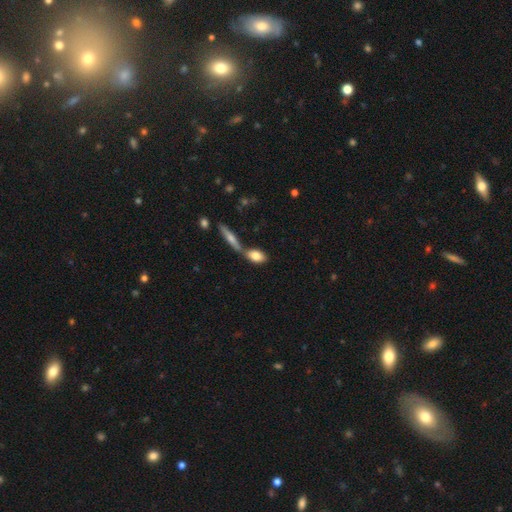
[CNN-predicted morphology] type=smooth (76%); roundness=in between (82%); merging=none (46%).